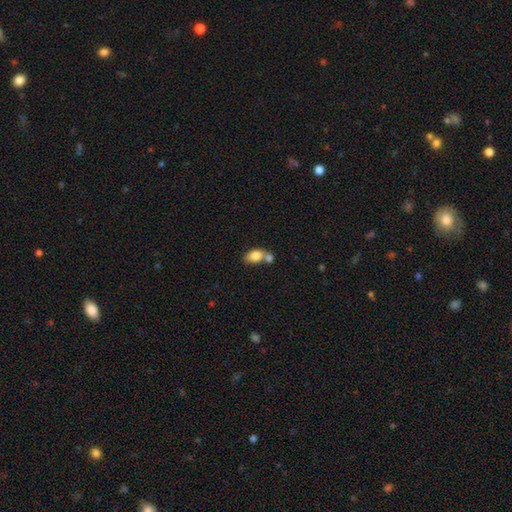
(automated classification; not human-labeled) This appears to be a smooth galaxy with no disk features (81%) that is in between round and cigar-shaped (83%). Merging: merger (47%).